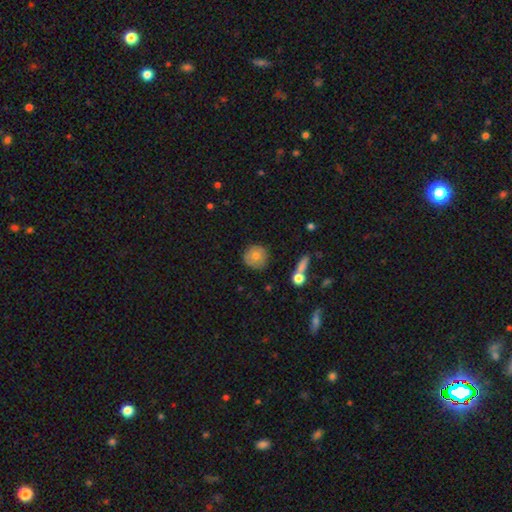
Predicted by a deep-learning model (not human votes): Q: Smooth or featured?
A: smooth (64%); runner-up: featured or disk (28%)
Q: How rounded?
A: round (91%); runner-up: in between (8%)
Q: Merging?
A: none (77%); runner-up: minor disturbance (16%)